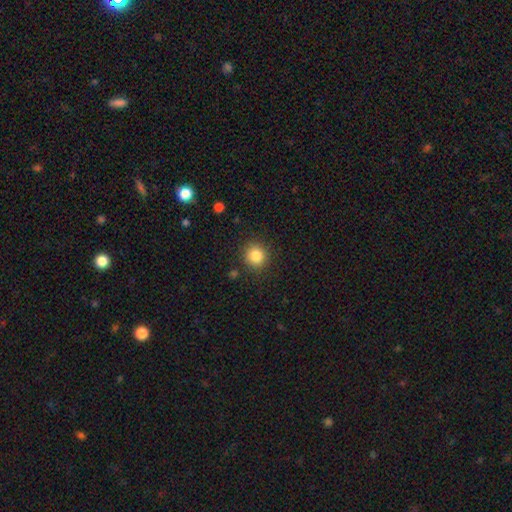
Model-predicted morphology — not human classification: The model was most divided on "smooth or featured": smooth: 84%, star or artifact: 11%, featured or disk: 5%. More confident: how rounded — round (90%); merging — none (89%).